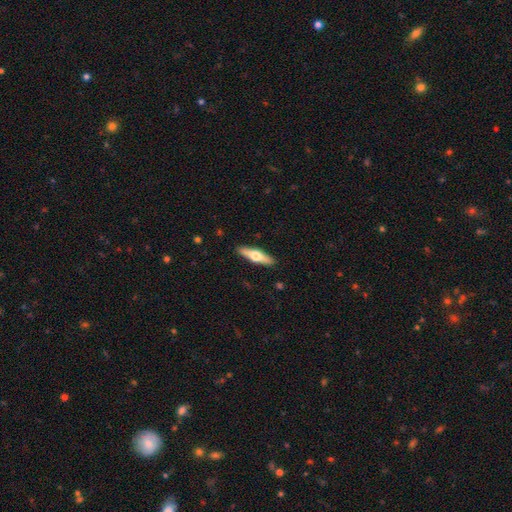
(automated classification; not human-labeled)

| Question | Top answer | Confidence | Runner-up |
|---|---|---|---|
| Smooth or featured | featured or disk | 53% | smooth (42%) |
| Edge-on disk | yes | 93% | no (7%) |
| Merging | none | 90% | minor disturbance (7%) |